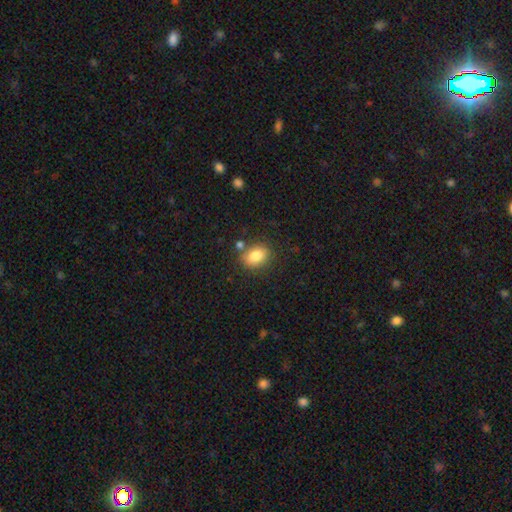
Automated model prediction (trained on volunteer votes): Q: Smooth or featured?
A: smooth (84%); runner-up: star or artifact (9%)
Q: How rounded?
A: in between (64%); runner-up: round (34%)
Q: Merging?
A: none (75%); runner-up: minor disturbance (13%)